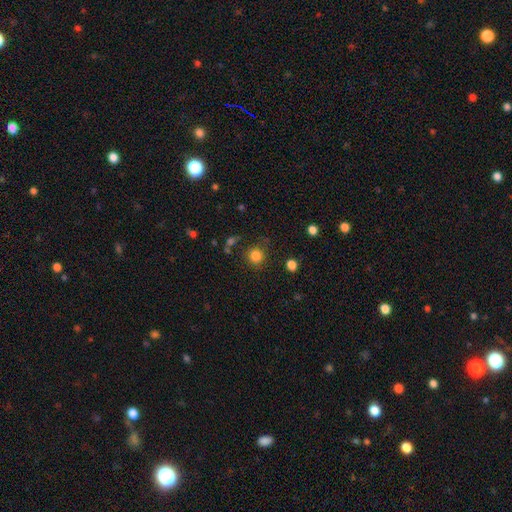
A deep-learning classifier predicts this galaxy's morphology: Overall: smooth (83%). How rounded: round (91%). Merging: none (81%).